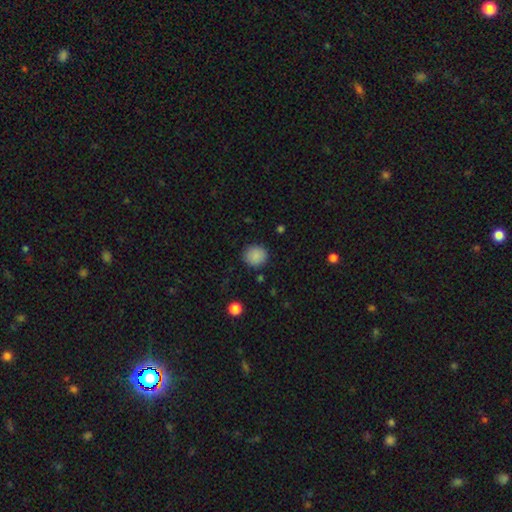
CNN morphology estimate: type=smooth (87%); roundness=round (85%); merging=none (87%).